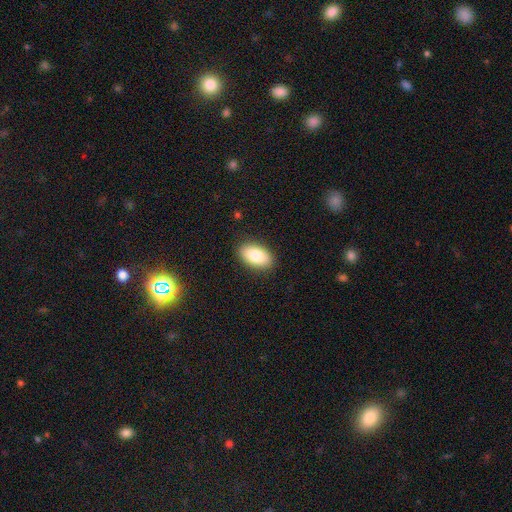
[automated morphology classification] Smooth or featured?
  - smooth: 85% *
  - featured or disk: 8%
  - star or artifact: 7%
How rounded?
  - in between: 94% *
  - round: 4%
  - cigar-shaped: 2%
Merging?
  - none: 88% *
  - minor disturbance: 9%
  - major disturbance: 2%
  - merger: 1%